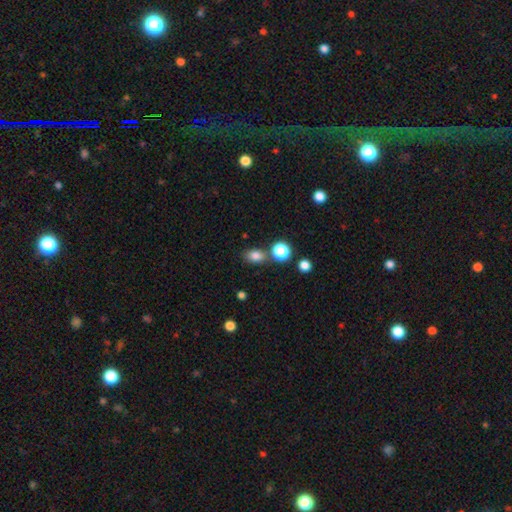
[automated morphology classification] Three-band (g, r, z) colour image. It shows a smooth galaxy with no disk features (80%) that is in between round and cigar-shaped (69%). Merging: none (72%).